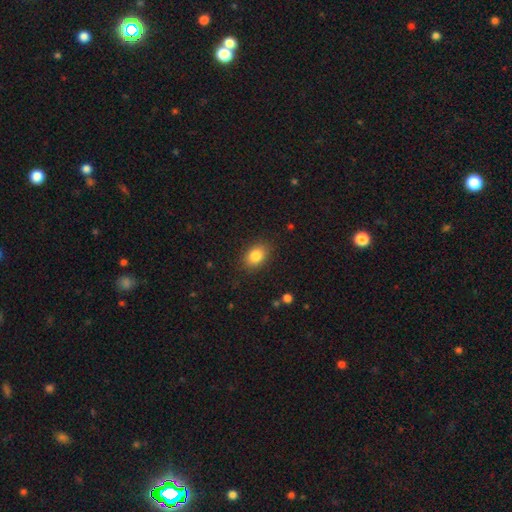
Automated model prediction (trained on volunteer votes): smooth-or-featured: smooth: 84% | star or artifact: 9% | featured or disk: 7%
  how-rounded: in between: 75% | round: 24% | cigar-shaped: 1%
  merging: none: 86% | minor disturbance: 10% | major disturbance: 3% | merger: 1%